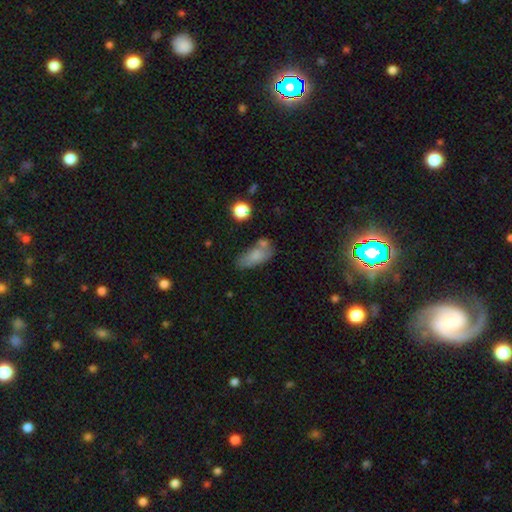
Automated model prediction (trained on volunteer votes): Smooth or featured?
  - smooth: 74% *
  - featured or disk: 16%
  - star or artifact: 10%
How rounded?
  - in between: 85% *
  - cigar-shaped: 10%
  - round: 5%
Merging?
  - none: 48% *
  - minor disturbance: 23%
  - merger: 18%
  - major disturbance: 10%